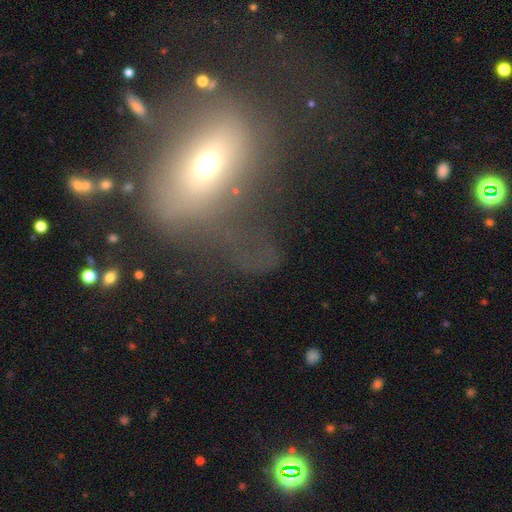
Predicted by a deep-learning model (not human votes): Q: Smooth or featured?
A: smooth (49%); runner-up: featured or disk (26%)
Q: Merging?
A: major disturbance (44%); runner-up: none (31%)